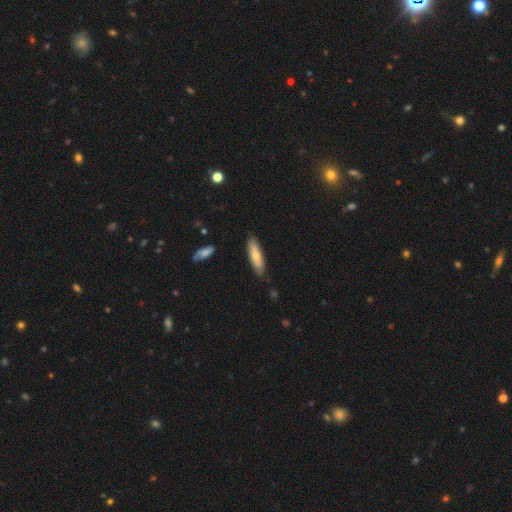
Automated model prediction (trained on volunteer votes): Q: Smooth or featured?
A: smooth (66%); runner-up: featured or disk (28%)
Q: How rounded?
A: cigar-shaped (60%); runner-up: in between (38%)
Q: Merging?
A: none (80%); runner-up: minor disturbance (16%)